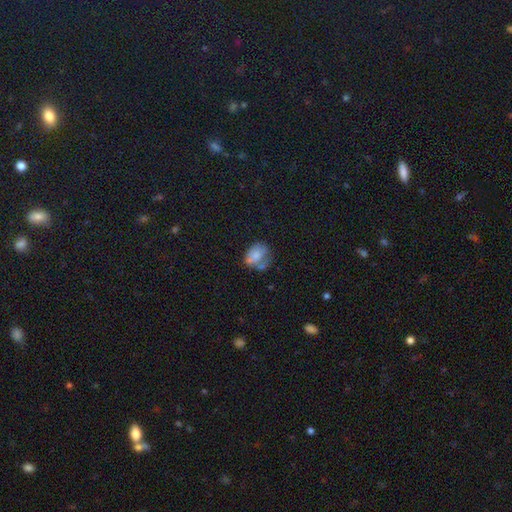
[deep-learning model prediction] A smooth galaxy with no disk features (65%) that is in between round and cigar-shaped (67%).

Vote fractions:
- Smooth or featured? smooth: 65% / featured or disk: 25% / star or artifact: 10%
- How rounded? in between: 67% / round: 31% / cigar-shaped: 1%
- Merging? none: 35% / minor disturbance: 27% / major disturbance: 19% / merger: 18%